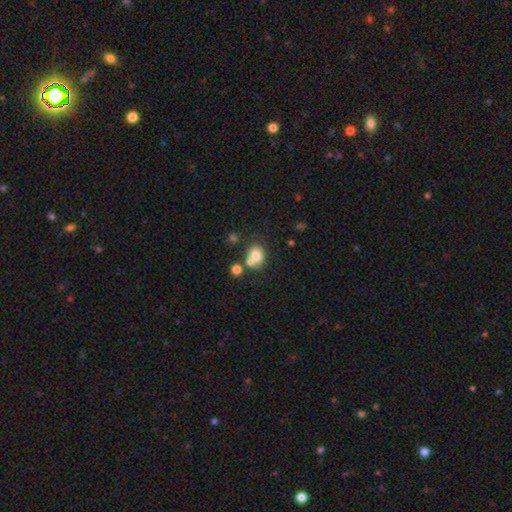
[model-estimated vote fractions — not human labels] smooth_or_featured: smooth (p=0.76) [alt: featured or disk p=0.12]
how_rounded: round (p=0.58) [alt: in between p=0.41]
merging: none (p=0.48) [alt: merger p=0.34]